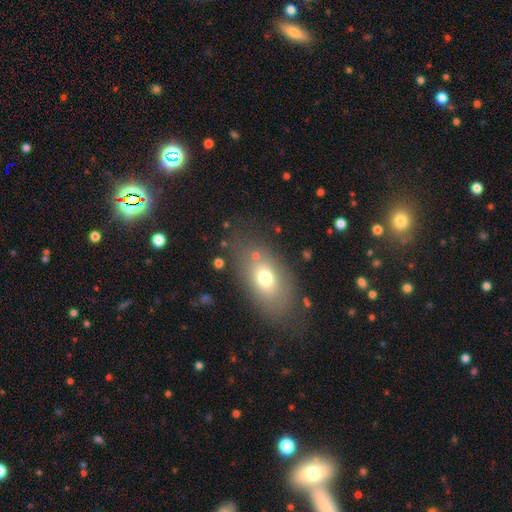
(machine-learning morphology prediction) type=smooth (62%); roundness=in between (84%); merging=none (76%).